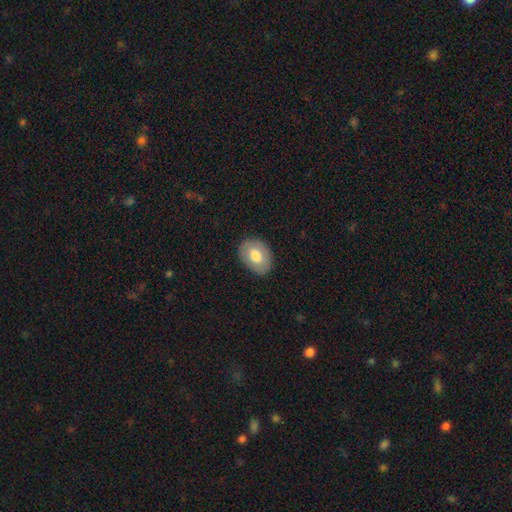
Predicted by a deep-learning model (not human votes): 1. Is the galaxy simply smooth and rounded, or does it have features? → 74% smooth, 19% featured or disk, 6% star or artifact.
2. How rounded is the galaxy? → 78% in between, 22% round, 1% cigar-shaped.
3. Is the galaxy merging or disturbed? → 86% none, 10% minor disturbance, 2% major disturbance, 1% merger.